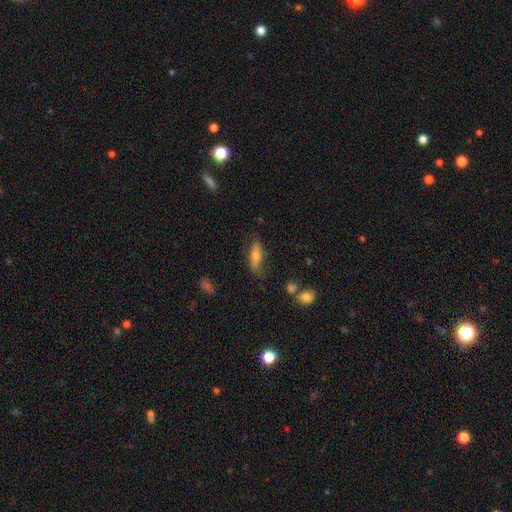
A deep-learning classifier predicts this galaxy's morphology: The model was most divided on "how rounded": cigar-shaped: 54%, in between: 43%, round: 3%. More confident: merging — none (70%); smooth or featured — smooth (62%).